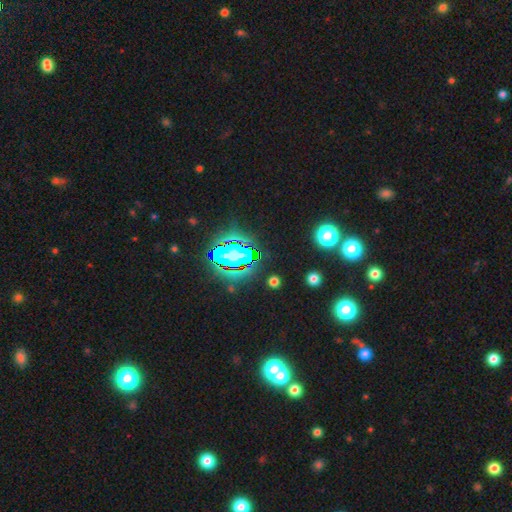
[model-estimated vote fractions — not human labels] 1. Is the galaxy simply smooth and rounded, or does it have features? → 74% star or artifact, 15% smooth, 11% featured or disk.